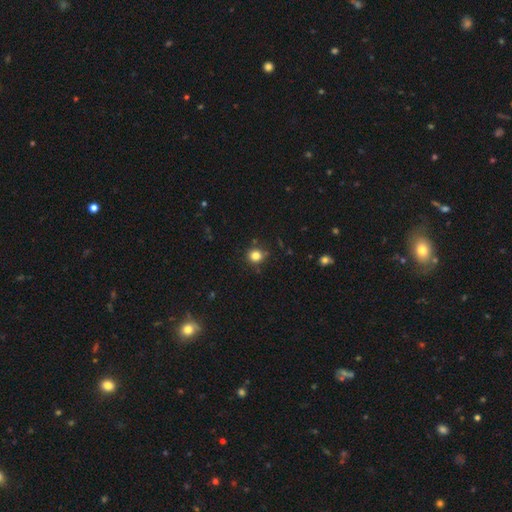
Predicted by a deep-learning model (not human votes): smooth 82%, star or artifact 13%, featured or disk 5%. Down the decision tree: how rounded — round (84%); merging — none (82%).